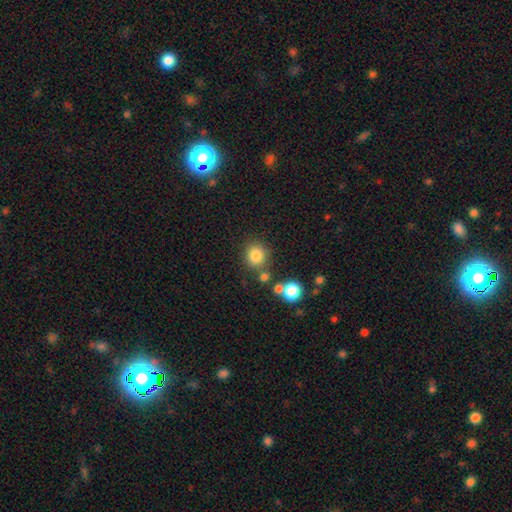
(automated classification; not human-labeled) Smooth or featured? smooth (82%)
How rounded? round (88%)
Merging? none (76%)